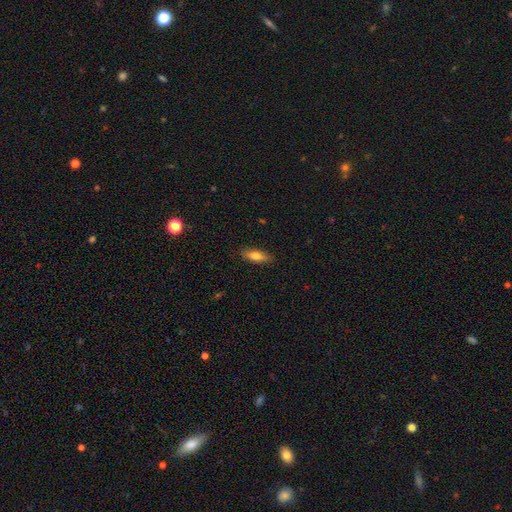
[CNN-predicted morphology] type=smooth (72%); roundness=in between (59%); merging=none (86%).